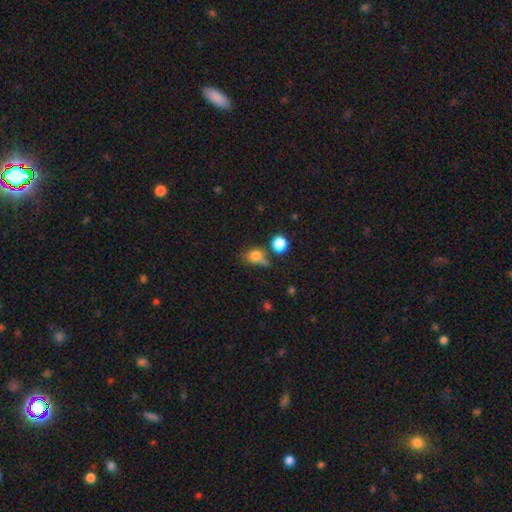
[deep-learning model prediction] This is likely a smooth galaxy (76%). How rounded: possibly round (55%). Merging: possibly none (47%).